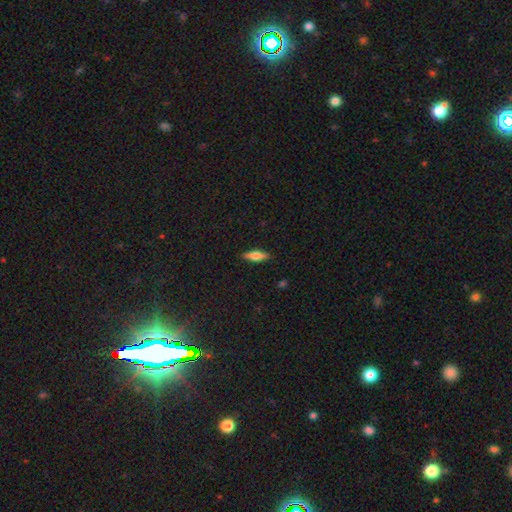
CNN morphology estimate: This is likely a smooth galaxy (63%). How rounded: possibly cigar-shaped (49%, tied with in between). Merging: clearly none (88%).